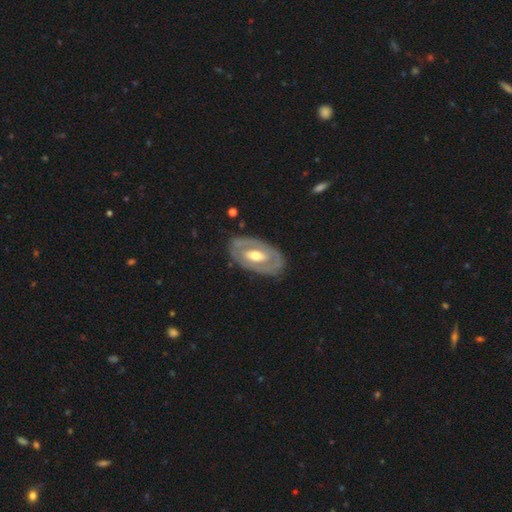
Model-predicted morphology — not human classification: This appears to be a featured or disk galaxy (71%) with no bar (46%), no spiral arms (65%) and a moderate central bulge (70%). Merging: none (81%).